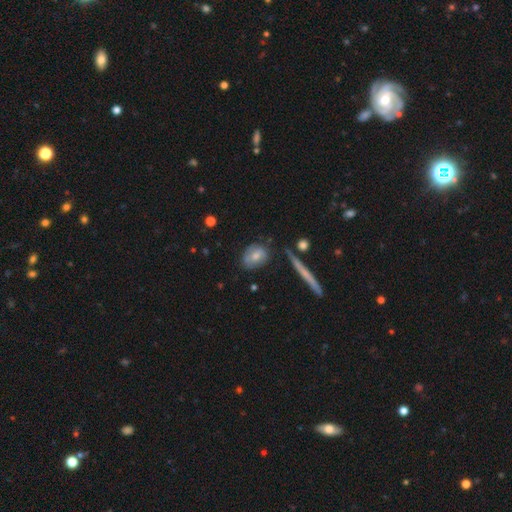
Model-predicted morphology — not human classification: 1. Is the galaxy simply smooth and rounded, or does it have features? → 62% smooth, 30% featured or disk, 8% star or artifact.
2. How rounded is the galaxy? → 63% in between, 32% round, 4% cigar-shaped.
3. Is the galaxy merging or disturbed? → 70% none, 20% minor disturbance, 6% major disturbance, 4% merger.